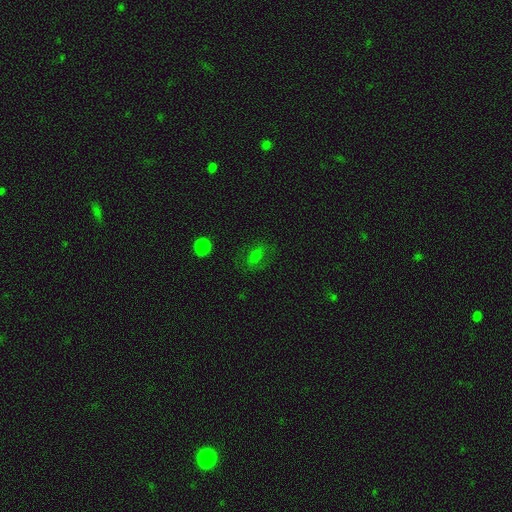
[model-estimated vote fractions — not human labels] Smooth or featured: smooth — 69% (star or artifact — 18%)
How rounded: in between — 76% (round — 20%)
Merging: none — 73% (minor disturbance — 17%)